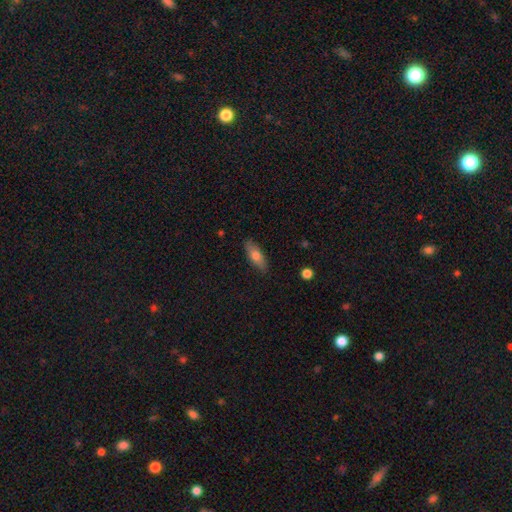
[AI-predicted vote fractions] Smooth or featured? Predicted: smooth (p=0.70). How rounded? Predicted: in between (p=0.64). Merging? Predicted: none (p=0.87).